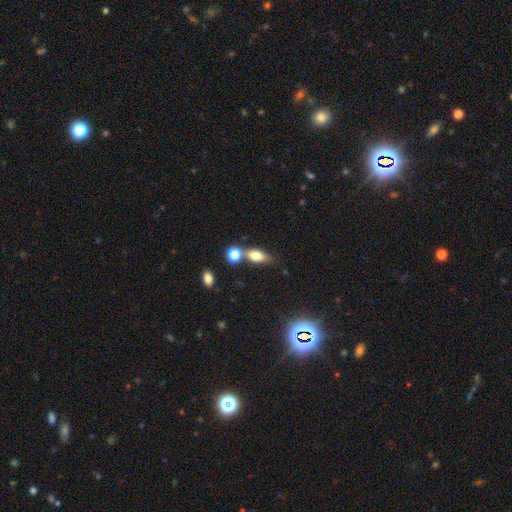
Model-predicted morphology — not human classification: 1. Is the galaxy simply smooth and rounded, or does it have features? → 77% smooth, 13% featured or disk, 11% star or artifact.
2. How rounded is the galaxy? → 76% in between, 13% round, 11% cigar-shaped.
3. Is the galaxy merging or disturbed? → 49% none, 32% merger, 14% minor disturbance, 5% major disturbance.